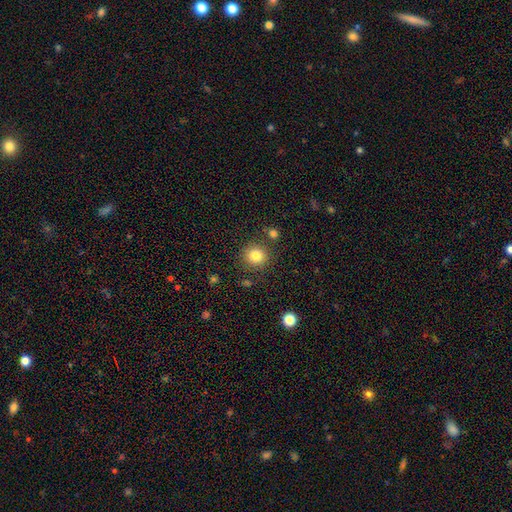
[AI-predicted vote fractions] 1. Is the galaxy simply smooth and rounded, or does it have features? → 83% smooth, 11% star or artifact, 6% featured or disk.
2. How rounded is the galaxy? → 90% round, 9% in between, 1% cigar-shaped.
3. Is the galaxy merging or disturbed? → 83% none, 9% minor disturbance, 5% merger, 3% major disturbance.